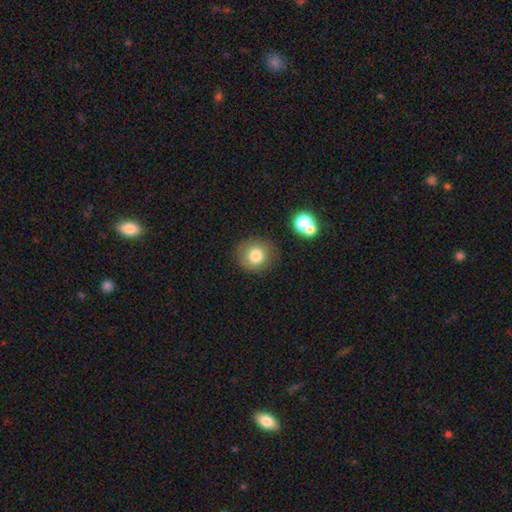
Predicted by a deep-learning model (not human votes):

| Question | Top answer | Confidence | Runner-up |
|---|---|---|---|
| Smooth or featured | smooth | 77% | featured or disk (12%) |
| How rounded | round | 89% | in between (10%) |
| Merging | none | 83% | minor disturbance (10%) |